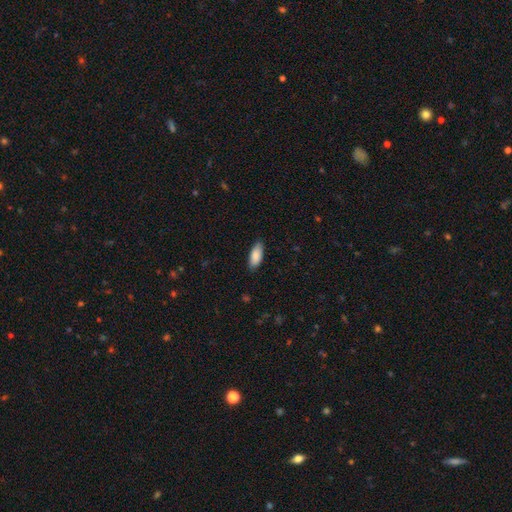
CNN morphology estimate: This appears to be a smooth galaxy with no disk features (88%) that is in between round and cigar-shaped (83%). Merging: none (85%).